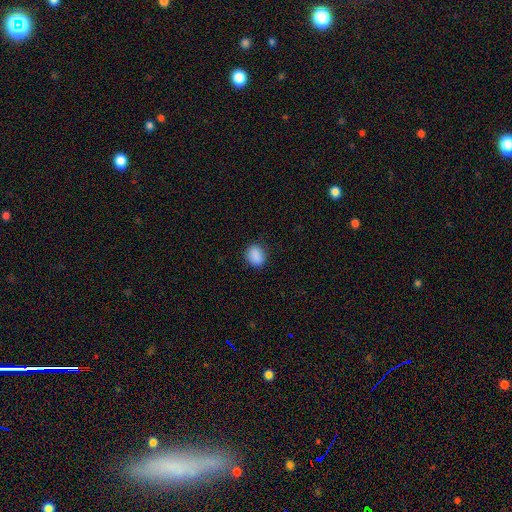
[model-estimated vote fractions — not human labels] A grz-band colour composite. It shows a smooth galaxy with no disk features (88%) that is in between round and cigar-shaped (55%). Merging: none (83%).